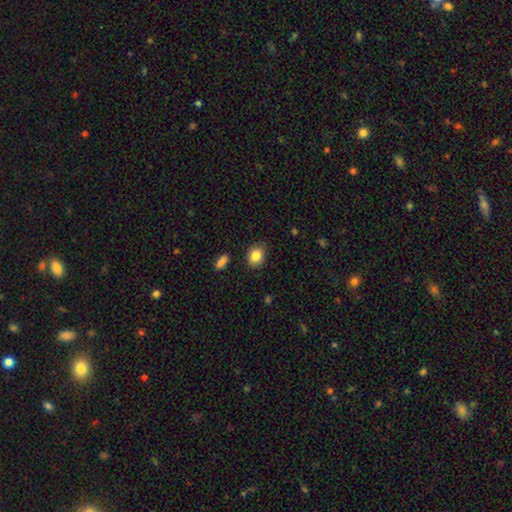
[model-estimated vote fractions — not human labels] smooth 85%, star or artifact 9%, featured or disk 6%. Down the decision tree: how rounded — round (50%); merging — none (84%).